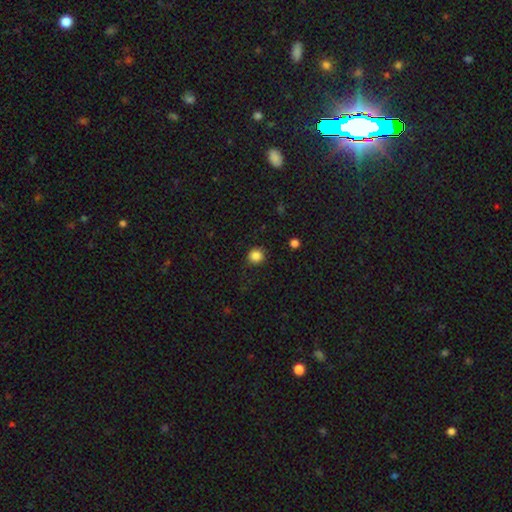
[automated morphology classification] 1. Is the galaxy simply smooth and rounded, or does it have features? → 86% smooth, 11% star or artifact, 3% featured or disk.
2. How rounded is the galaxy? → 90% round, 9% in between, 1% cigar-shaped.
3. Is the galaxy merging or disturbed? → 88% none, 8% minor disturbance, 3% major disturbance, 1% merger.